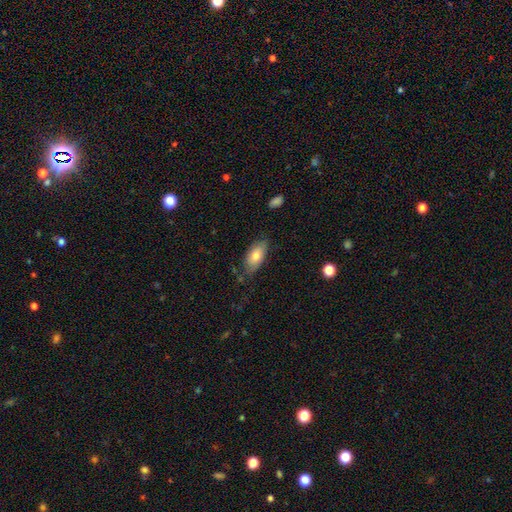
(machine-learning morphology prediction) smooth_or_featured: smooth (p=0.75) [alt: featured or disk p=0.18]
how_rounded: in between (p=0.90) [alt: cigar-shaped p=0.07]
merging: none (p=0.71) [alt: minor disturbance p=0.22]